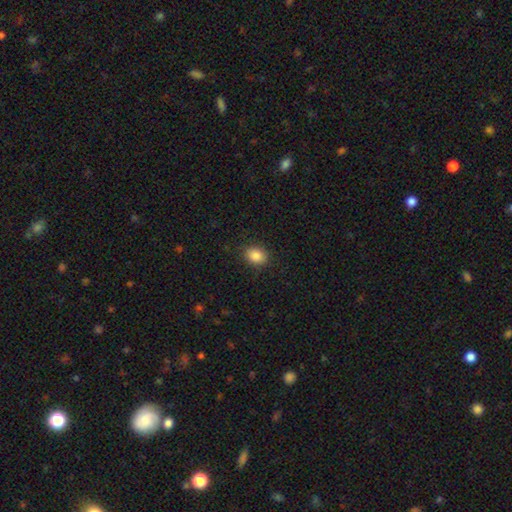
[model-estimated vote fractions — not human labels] Q: Smooth or featured?
A: smooth (87%); runner-up: star or artifact (9%)
Q: How rounded?
A: in between (57%); runner-up: round (42%)
Q: Merging?
A: none (88%); runner-up: minor disturbance (9%)